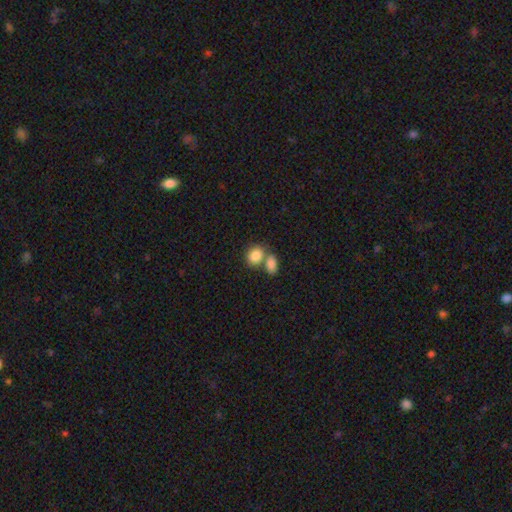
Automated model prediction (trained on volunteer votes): This appears to be a smooth galaxy with no disk features (84%) that is in between round and cigar-shaped (71%). Merging: merger (51%).